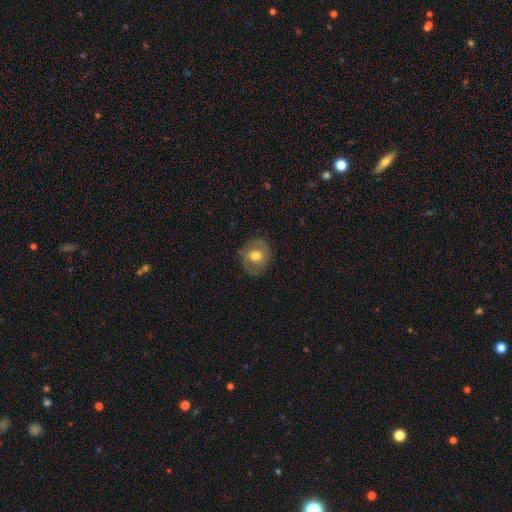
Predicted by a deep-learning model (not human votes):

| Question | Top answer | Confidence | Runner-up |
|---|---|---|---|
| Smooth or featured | smooth | 52% | featured or disk (40%) |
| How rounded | round | 78% | in between (21%) |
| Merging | none | 79% | minor disturbance (15%) |